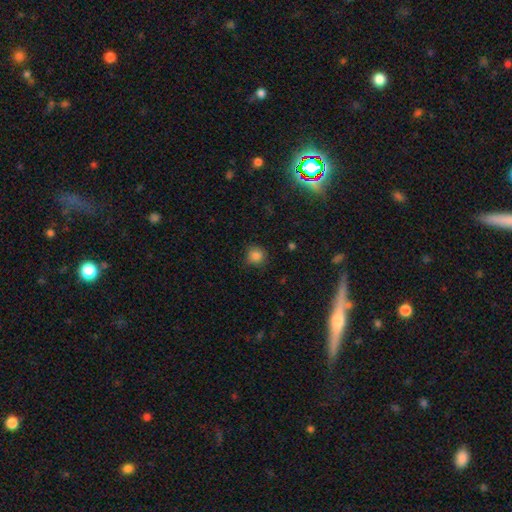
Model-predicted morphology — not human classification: smooth-or-featured: smooth: 84% | star or artifact: 12% | featured or disk: 4%
  how-rounded: round: 92% | in between: 7% | cigar-shaped: 1%
  merging: none: 85% | minor disturbance: 11% | major disturbance: 3% | merger: 1%